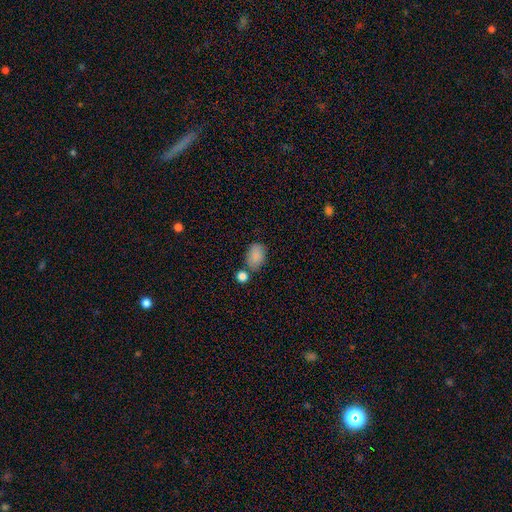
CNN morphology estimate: This appears to be a smooth galaxy with no disk features (86%) that is in between round and cigar-shaped (84%). Merging: none (64%).